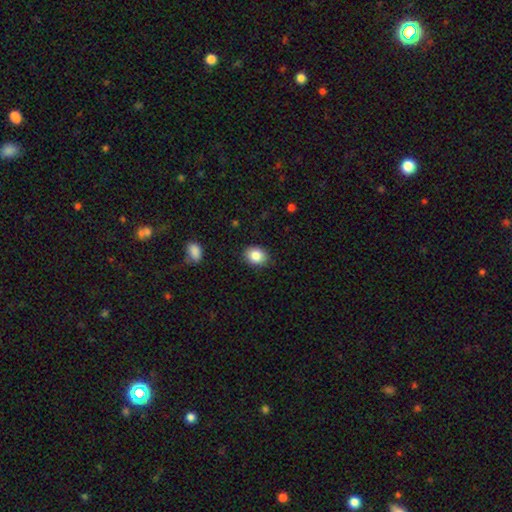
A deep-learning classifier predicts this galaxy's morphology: Smooth or featured?
  - smooth: 85% *
  - star or artifact: 9%
  - featured or disk: 6%
How rounded?
  - in between: 51% *
  - round: 48%
  - cigar-shaped: 1%
Merging?
  - none: 87% *
  - minor disturbance: 9%
  - major disturbance: 2%
  - merger: 1%